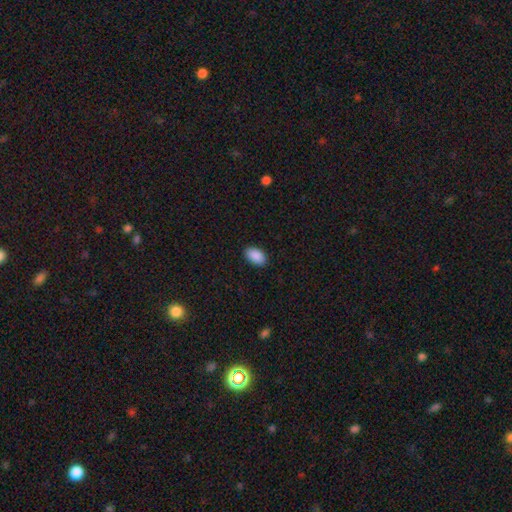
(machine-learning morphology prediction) The model was most divided on "merging": none: 89%, minor disturbance: 8%, major disturbance: 2%, merger: 1%. More confident: how rounded — in between (94%); smooth or featured — smooth (90%).